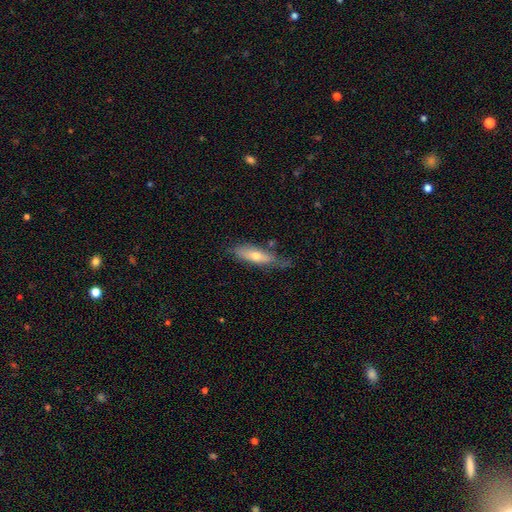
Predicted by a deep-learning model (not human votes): The model was most divided on "smooth or featured": smooth: 55%, featured or disk: 38%, star or artifact: 7%. More confident: how rounded — cigar-shaped (63%); merging — none (59%).